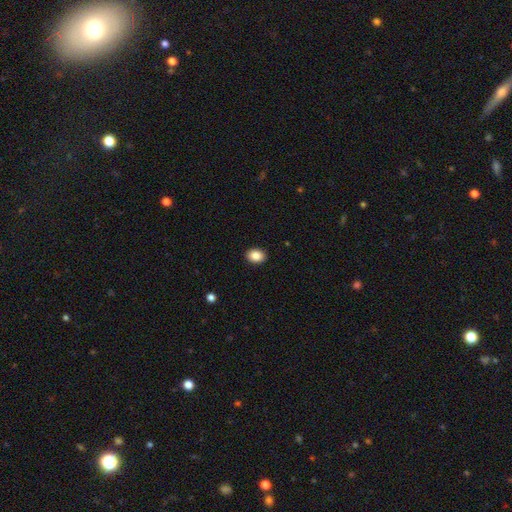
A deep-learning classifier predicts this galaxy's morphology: This appears to be a smooth galaxy with no disk features (87%) that is in between round and cigar-shaped (67%). Merging: none (91%).